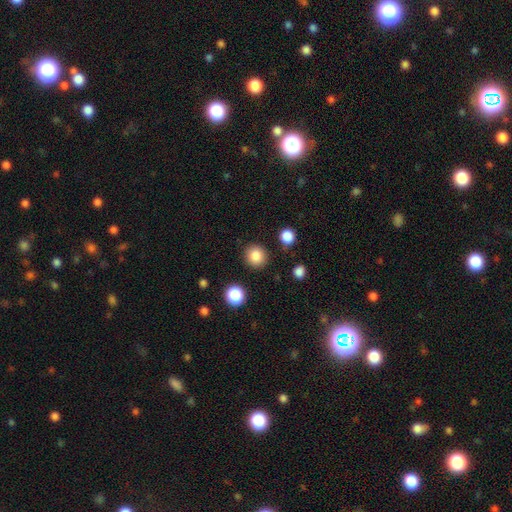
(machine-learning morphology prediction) smooth_or_featured: smooth (p=0.85) [alt: star or artifact p=0.10]
how_rounded: round (p=0.91) [alt: in between p=0.08]
merging: none (p=0.89) [alt: minor disturbance p=0.07]